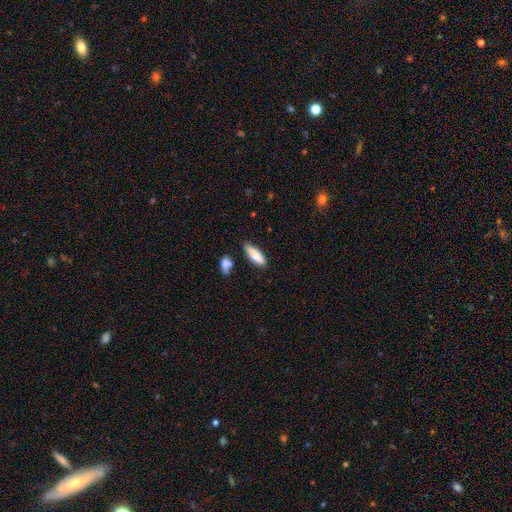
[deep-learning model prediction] Overall: smooth (78%). How rounded: in between (58%; cigar-shaped 40%). Merging: none (70%).